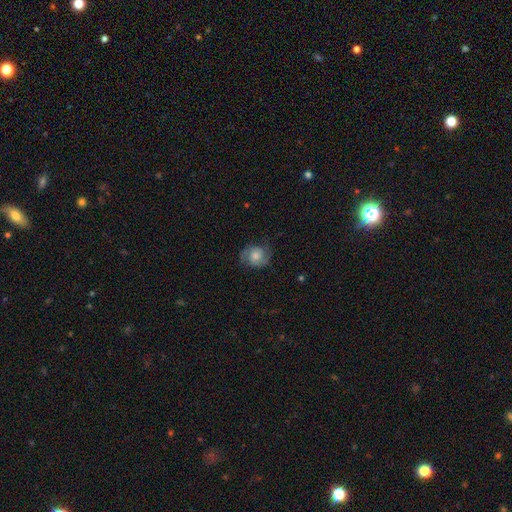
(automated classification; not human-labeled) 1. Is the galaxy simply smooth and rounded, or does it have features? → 60% featured or disk, 31% smooth, 8% star or artifact.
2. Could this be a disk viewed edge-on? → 97% no, 3% yes.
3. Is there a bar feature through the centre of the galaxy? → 69% no, 26% weak, 4% strong.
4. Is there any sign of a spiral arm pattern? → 91% yes, 9% no.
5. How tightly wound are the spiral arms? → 47% medium, 32% tight, 21% loose.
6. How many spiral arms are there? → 84% 2, 8% can't tell, 3% 3, 3% 1, 1% 4, 1% more than 4.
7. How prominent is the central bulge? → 51% moderate, 24% small, 16% large, 6% none, 2% dominant.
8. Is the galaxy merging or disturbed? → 72% none, 19% minor disturbance, 8% major disturbance, 1% merger.